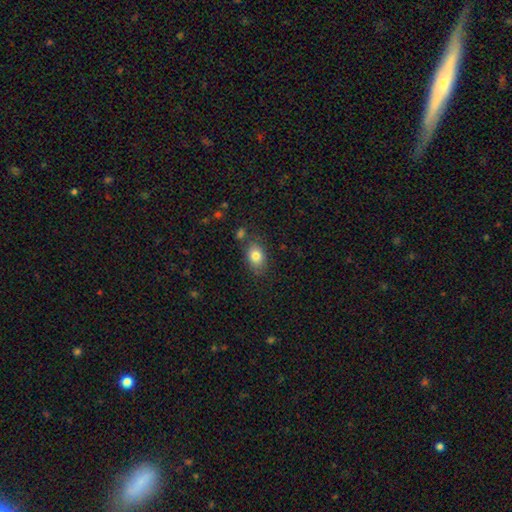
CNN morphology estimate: Smooth or featured?
  - smooth: 81% *
  - featured or disk: 11%
  - star or artifact: 8%
How rounded?
  - in between: 82% *
  - round: 17%
  - cigar-shaped: 1%
Merging?
  - none: 75% *
  - minor disturbance: 15%
  - merger: 6%
  - major disturbance: 4%